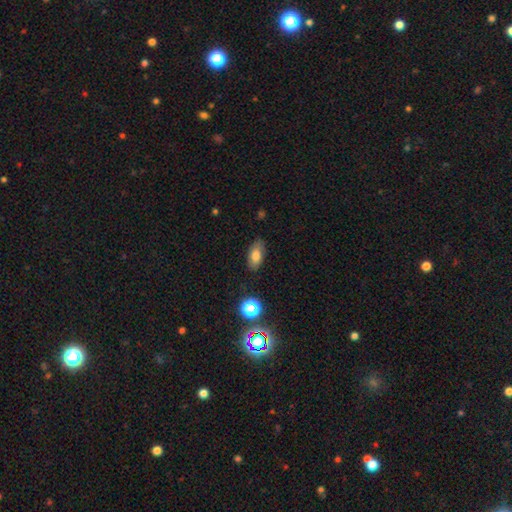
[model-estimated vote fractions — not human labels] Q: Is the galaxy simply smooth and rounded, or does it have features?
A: smooth — 75%.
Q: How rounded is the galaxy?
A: in between — 90%.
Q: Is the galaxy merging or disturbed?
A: none — 82%.